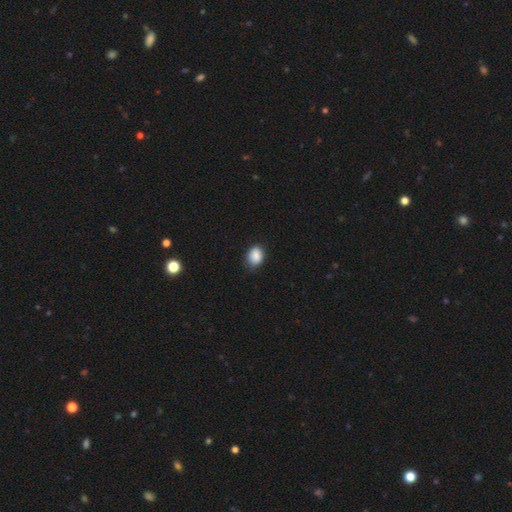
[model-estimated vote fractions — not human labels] smooth_or_featured: smooth (p=0.87) [alt: star or artifact p=0.08]
how_rounded: in between (p=0.59) [alt: round p=0.40]
merging: none (p=0.72) [alt: minor disturbance p=0.23]